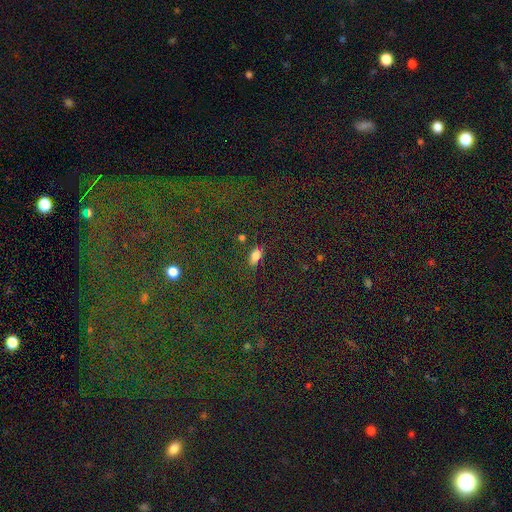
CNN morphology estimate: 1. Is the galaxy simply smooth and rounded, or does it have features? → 78% smooth, 16% star or artifact, 7% featured or disk.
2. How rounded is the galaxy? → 89% in between, 6% round, 6% cigar-shaped.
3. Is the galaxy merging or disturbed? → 79% none, 13% minor disturbance, 4% major disturbance, 3% merger.